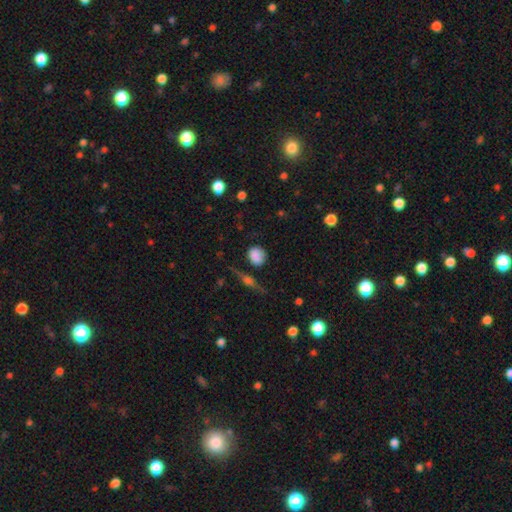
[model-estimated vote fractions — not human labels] Morphology: type=smooth (82%); roundness=round (76%); merging=none (72%).